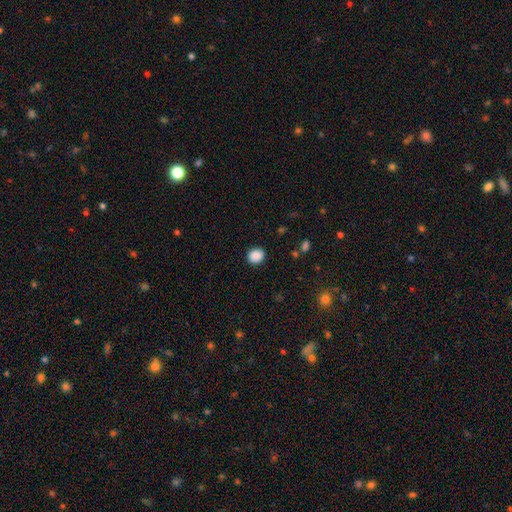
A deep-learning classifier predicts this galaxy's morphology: This is clearly a smooth galaxy (89%). How rounded: likely round (70%). Merging: clearly none (89%).